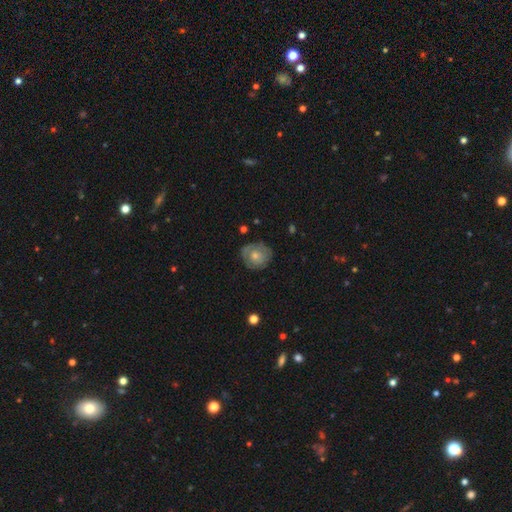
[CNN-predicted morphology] Smooth or featured? Predicted: smooth (p=0.54). How rounded? Predicted: round (p=0.80). Merging? Predicted: none (p=0.73).